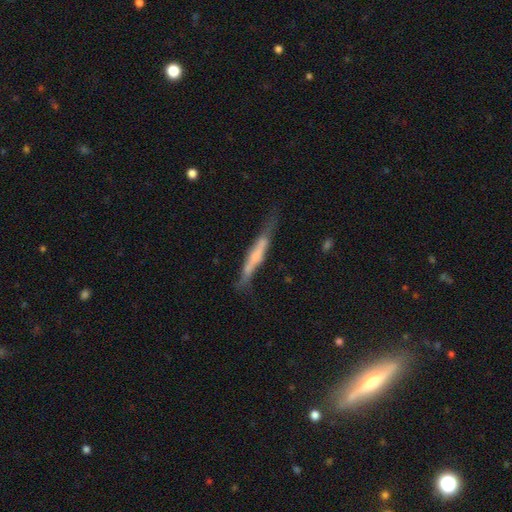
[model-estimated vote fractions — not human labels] This is possibly a featured or disk galaxy (49%). Merging: possibly none (54%).